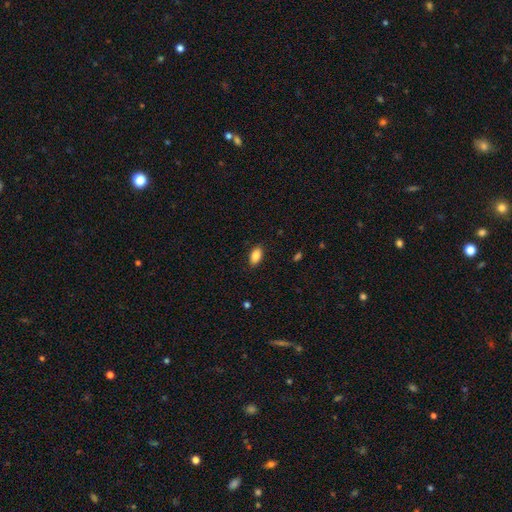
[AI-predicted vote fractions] Smooth or featured: smooth — 87% (star or artifact — 8%)
How rounded: in between — 92% (round — 5%)
Merging: none — 87% (minor disturbance — 10%)